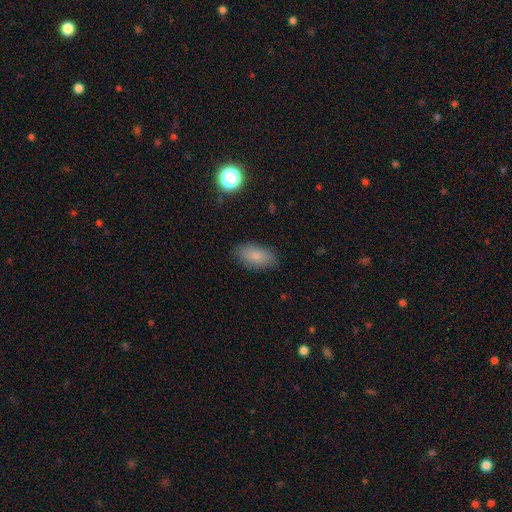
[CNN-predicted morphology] smooth_or_featured: smooth (p=0.82) [alt: star or artifact p=0.09]
how_rounded: in between (p=0.91) [alt: round p=0.05]
merging: none (p=0.83) [alt: minor disturbance p=0.12]